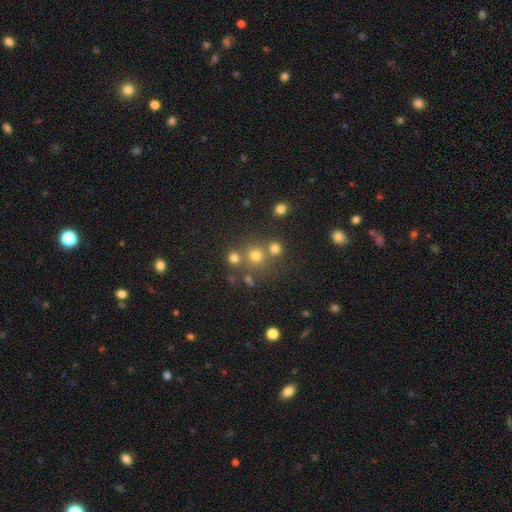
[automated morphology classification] The model was most divided on "smooth or featured": smooth: 66%, star or artifact: 24%, featured or disk: 10%. More confident: how rounded — round (91%); merging — none (66%).